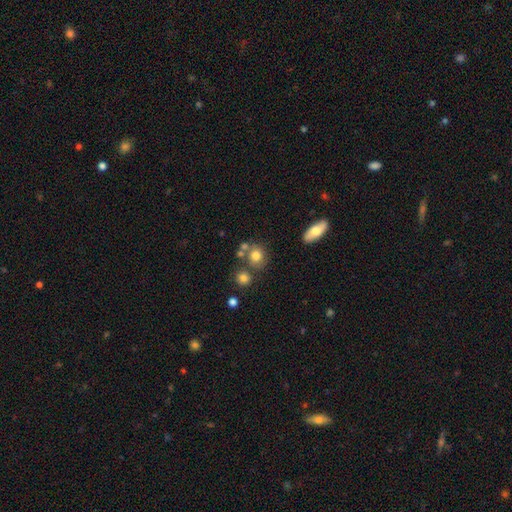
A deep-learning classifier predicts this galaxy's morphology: The model was most divided on "merging": none: 63%, merger: 20%, minor disturbance: 12%, major disturbance: 5%. More confident: how rounded — round (78%); smooth or featured — smooth (78%).